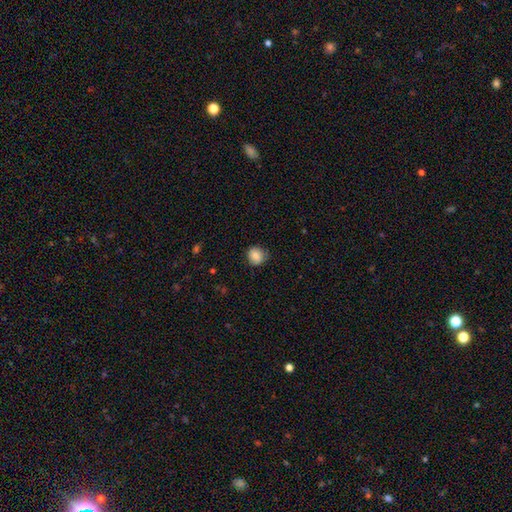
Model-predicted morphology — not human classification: Smooth or featured?
  - smooth: 83% *
  - star or artifact: 9%
  - featured or disk: 8%
How rounded?
  - round: 81% *
  - in between: 18%
  - cigar-shaped: 1%
Merging?
  - none: 77% *
  - minor disturbance: 18%
  - major disturbance: 4%
  - merger: 1%